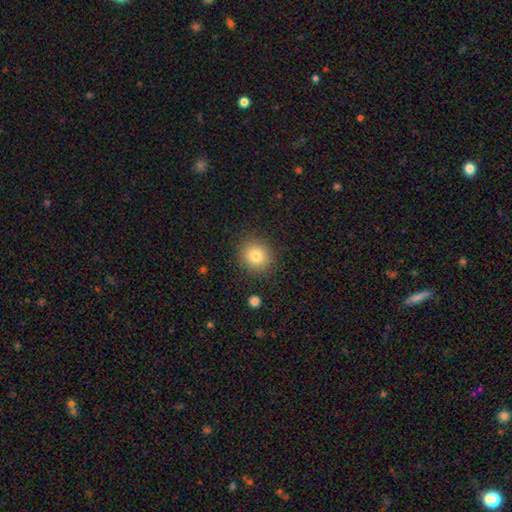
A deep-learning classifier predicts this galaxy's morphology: This is clearly a smooth galaxy (80%). How rounded: clearly round (85%). Merging: clearly none (88%).